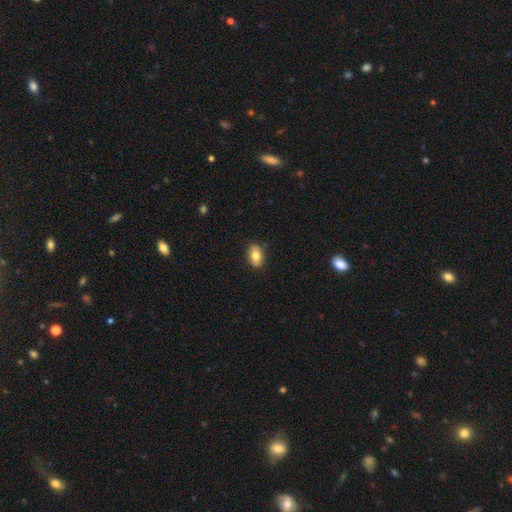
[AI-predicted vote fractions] Overall: smooth (80%). How rounded: in between (85%). Merging: none (86%).